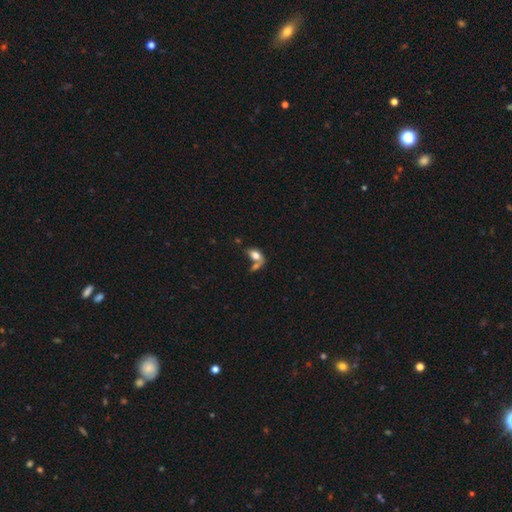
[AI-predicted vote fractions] Smooth or featured: smooth — 74% (featured or disk — 17%)
How rounded: in between — 86% (round — 10%)
Merging: merger — 49% (none — 29%)